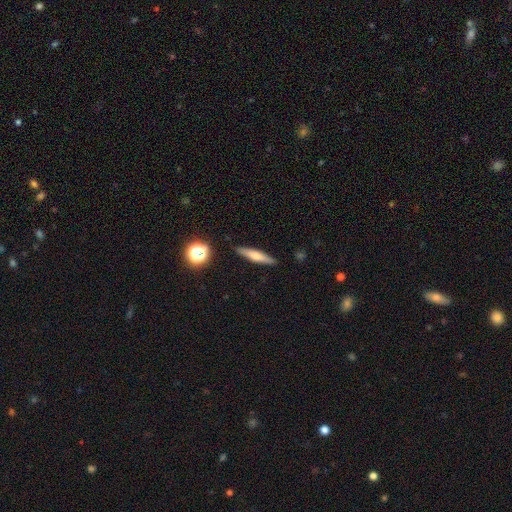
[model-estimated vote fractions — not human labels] A smooth galaxy with no disk features (56%) that is cigar-shaped (85%).

Vote fractions:
- Smooth or featured? smooth: 56% / featured or disk: 36% / star or artifact: 8%
- How rounded? cigar-shaped: 85% / in between: 13% / round: 2%
- Merging? none: 88% / minor disturbance: 8% / major disturbance: 2% / merger: 2%